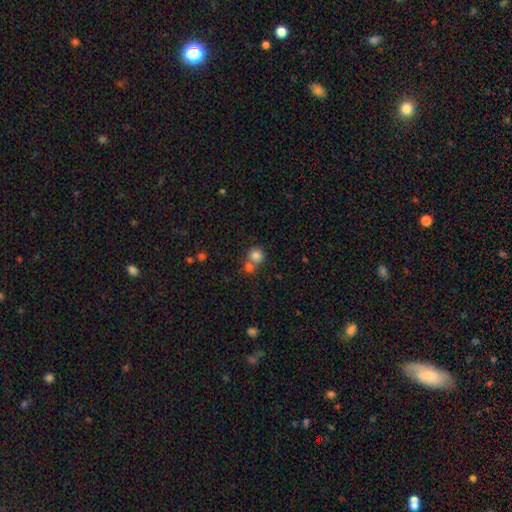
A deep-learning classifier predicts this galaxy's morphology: The model was most divided on "merging": none: 47%, merger: 43%, minor disturbance: 7%, major disturbance: 3%. More confident: how rounded — round (86%); smooth or featured — smooth (81%).